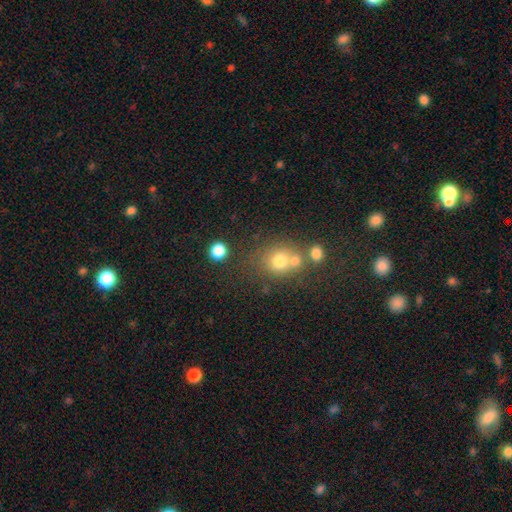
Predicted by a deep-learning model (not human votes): Smooth or featured? smooth (58%)
How rounded? round (77%)
Merging? none (60%)